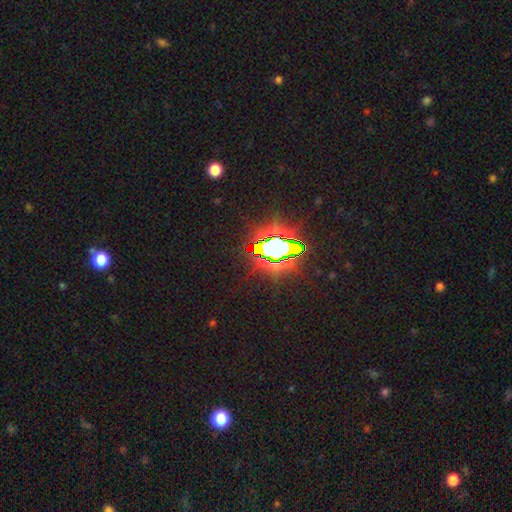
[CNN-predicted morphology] This appears to be a star or artifact, not a galaxy (85%).